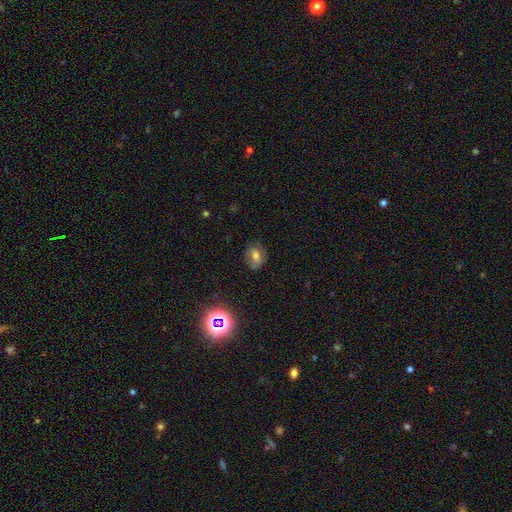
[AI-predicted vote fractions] Smooth or featured: smooth — 54% (featured or disk — 30%)
How rounded: in between — 65% (round — 33%)
Merging: none — 75% (minor disturbance — 17%)